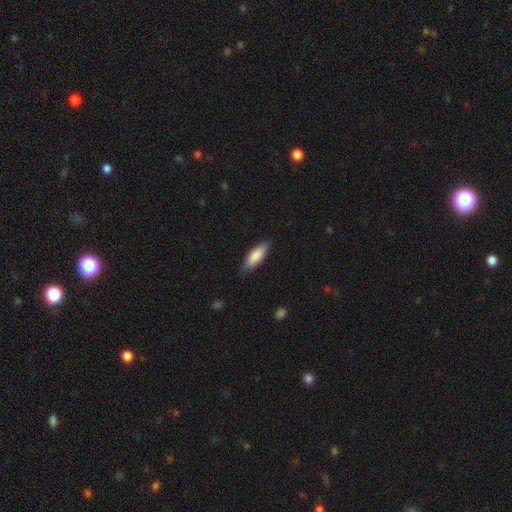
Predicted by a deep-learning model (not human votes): Smooth or featured: smooth — 85% (featured or disk — 10%)
How rounded: in between — 67% (cigar-shaped — 31%)
Merging: none — 83% (minor disturbance — 14%)